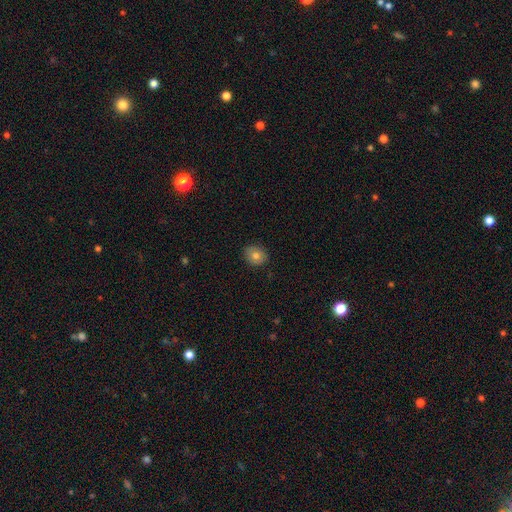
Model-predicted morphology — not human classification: The model was most divided on "how rounded": round: 68%, in between: 31%, cigar-shaped: 1%. More confident: merging — none (88%); smooth or featured — smooth (79%).